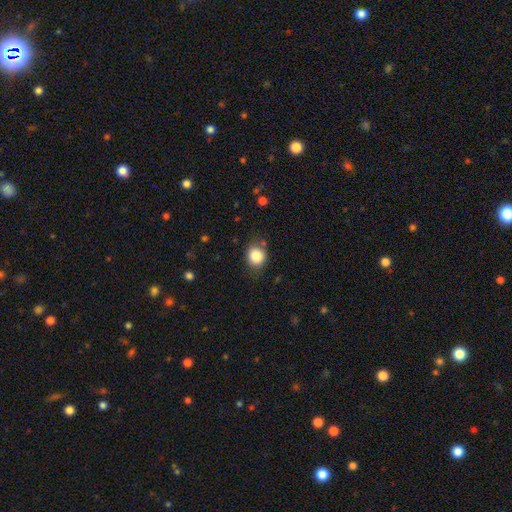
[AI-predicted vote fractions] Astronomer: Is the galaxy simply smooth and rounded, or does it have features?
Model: smooth — 85%.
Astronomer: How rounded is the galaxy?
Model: round — 72%.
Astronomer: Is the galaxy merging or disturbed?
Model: none — 77%.